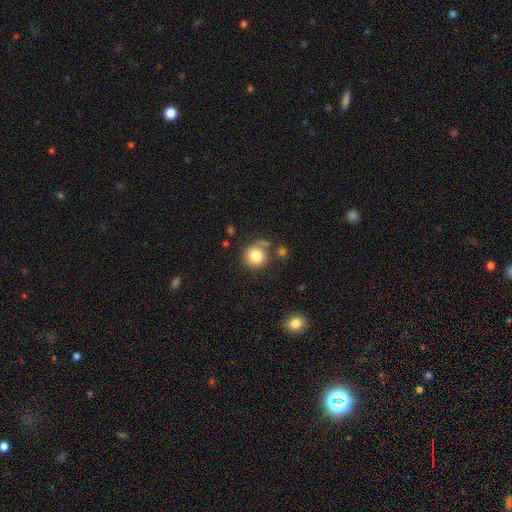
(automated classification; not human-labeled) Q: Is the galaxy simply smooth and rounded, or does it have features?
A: smooth — 83%.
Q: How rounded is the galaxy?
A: round — 90%.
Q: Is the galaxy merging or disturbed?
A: none — 62%.